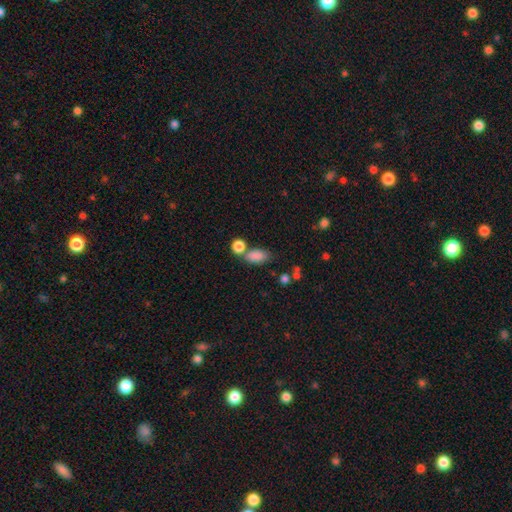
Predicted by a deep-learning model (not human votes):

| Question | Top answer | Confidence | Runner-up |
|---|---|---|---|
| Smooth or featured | smooth | 85% | star or artifact (9%) |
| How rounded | in between | 87% | round (10%) |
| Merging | none | 49% | merger (30%) |